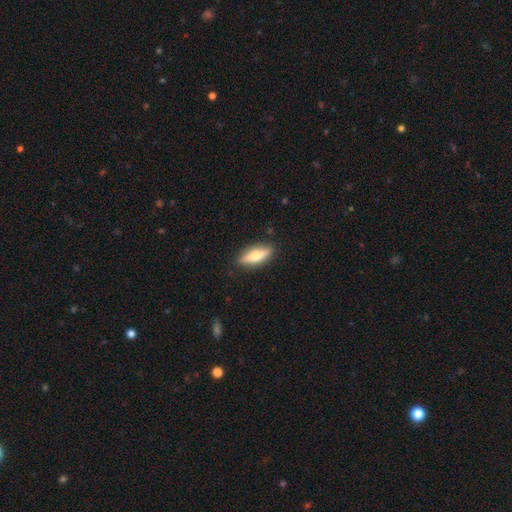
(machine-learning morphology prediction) This is possibly a smooth galaxy (56%). How rounded: possibly in between (50%). Merging: clearly none (88%).